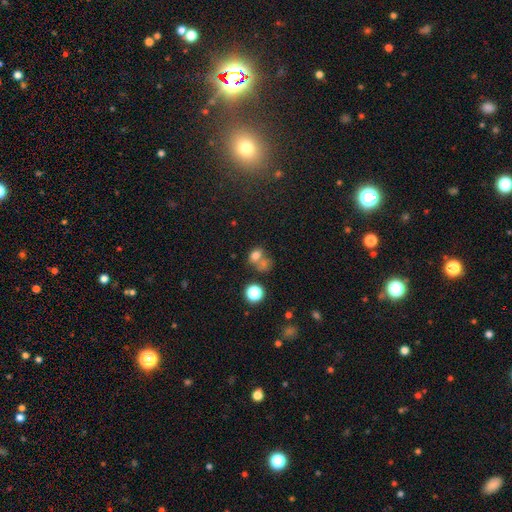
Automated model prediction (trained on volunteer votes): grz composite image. It shows a smooth galaxy with no disk features (72%) that is in between round and cigar-shaped (51%). Merging: merger (50%).